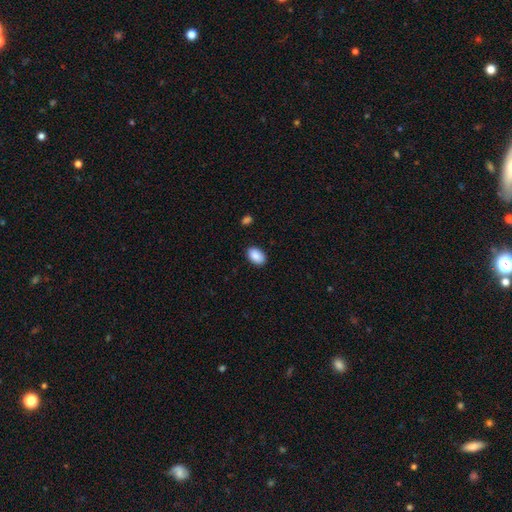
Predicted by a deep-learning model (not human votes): A smooth galaxy with no disk features (89%) that is in between round and cigar-shaped (88%). Merging: none (87%).